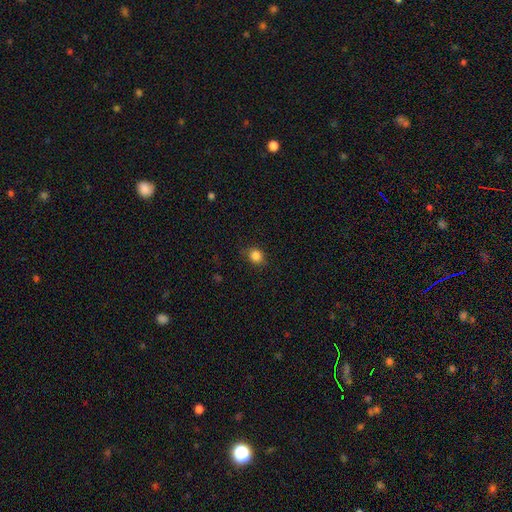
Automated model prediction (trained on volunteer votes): Q: Smooth or featured?
A: smooth (85%); runner-up: star or artifact (11%)
Q: How rounded?
A: round (74%); runner-up: in between (25%)
Q: Merging?
A: none (84%); runner-up: minor disturbance (12%)